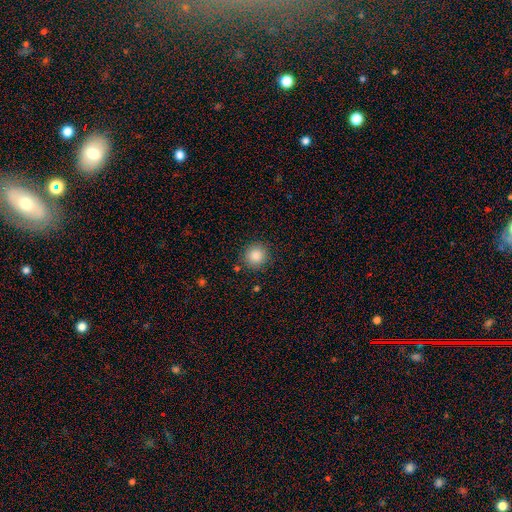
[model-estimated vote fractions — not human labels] Smooth or featured? smooth (87%)
How rounded? round (92%)
Merging? none (88%)